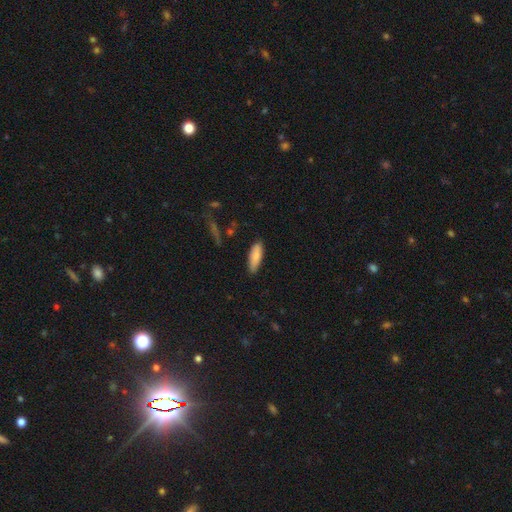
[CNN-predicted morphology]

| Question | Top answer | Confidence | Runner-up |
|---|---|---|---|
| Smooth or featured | smooth | 84% | featured or disk (10%) |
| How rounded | in between | 58% | cigar-shaped (40%) |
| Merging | none | 83% | minor disturbance (13%) |